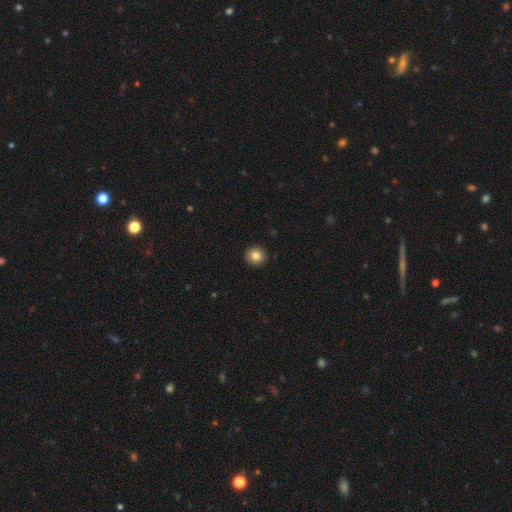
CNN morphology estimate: A smooth galaxy with no disk features (83%) that is round (94%).

Vote fractions:
- Smooth or featured? smooth: 83% / star or artifact: 10% / featured or disk: 7%
- How rounded? round: 94% / in between: 5% / cigar-shaped: 1%
- Merging? none: 93% / minor disturbance: 4% / major disturbance: 1% / merger: 1%